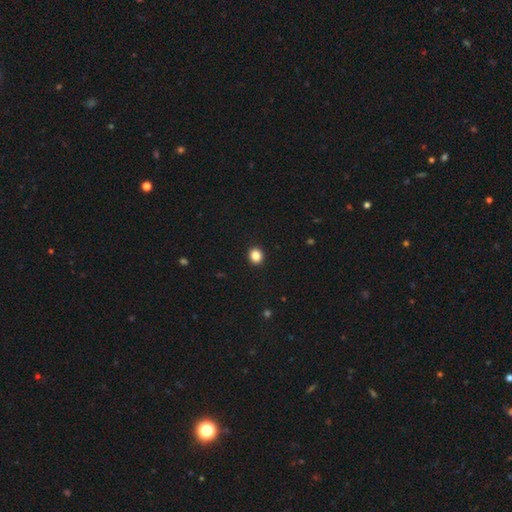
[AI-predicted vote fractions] Smooth or featured? smooth (86%)
How rounded? round (75%)
Merging? none (93%)